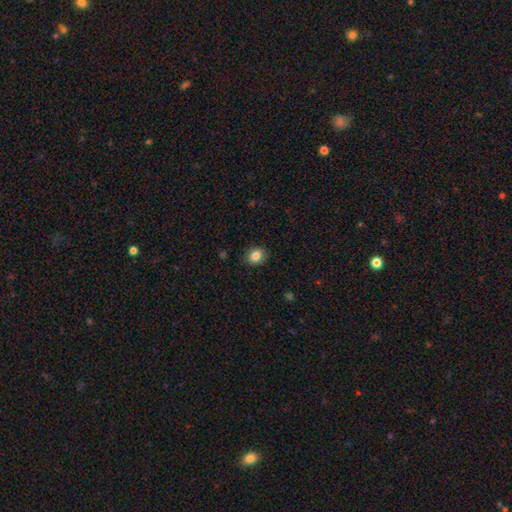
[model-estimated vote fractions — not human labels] Overall: smooth (85%). How rounded: round (57%; in between 42%). Merging: none (88%).